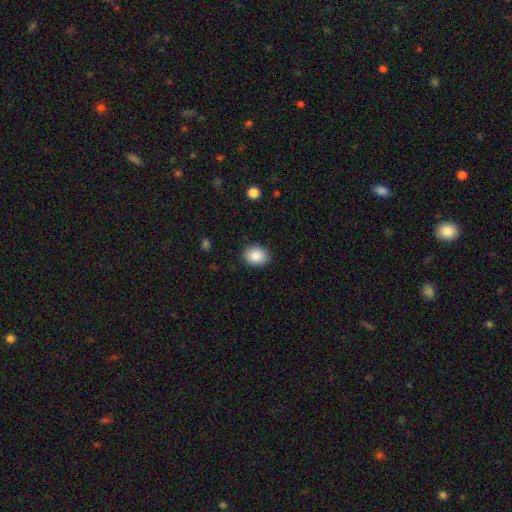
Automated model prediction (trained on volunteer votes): Q: Smooth or featured?
A: smooth (89%); runner-up: star or artifact (8%)
Q: How rounded?
A: in between (54%); runner-up: round (46%)
Q: Merging?
A: none (88%); runner-up: minor disturbance (9%)